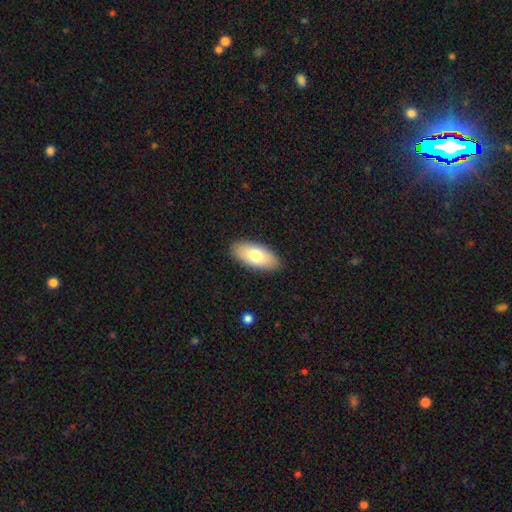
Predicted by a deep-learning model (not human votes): Smooth or featured? Predicted: smooth (p=0.77). How rounded? Predicted: in between (p=0.90). Merging? Predicted: none (p=0.89).